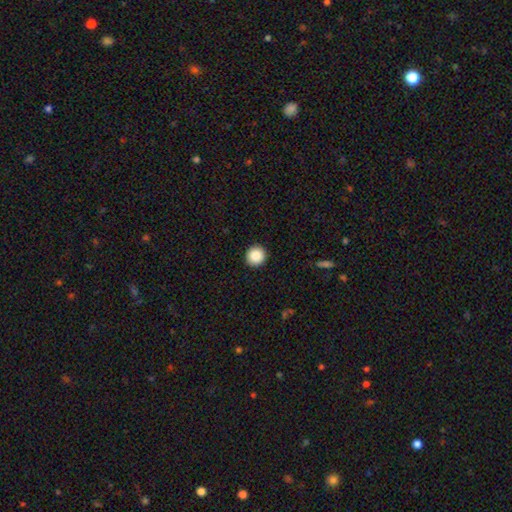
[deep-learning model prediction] smooth-or-featured: smooth: 88% | star or artifact: 9% | featured or disk: 3%
  how-rounded: round: 95% | in between: 4% | cigar-shaped: 1%
  merging: none: 93% | minor disturbance: 4% | major disturbance: 2% | merger: 1%